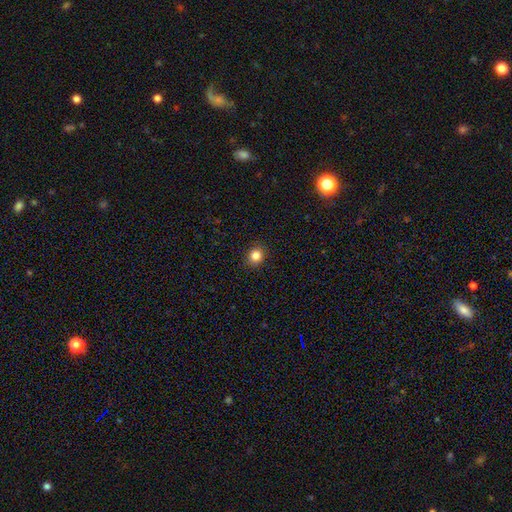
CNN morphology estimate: A smooth galaxy with no disk features (83%) that is round (82%).

Vote fractions:
- Smooth or featured? smooth: 83% / star or artifact: 12% / featured or disk: 5%
- How rounded? round: 82% / in between: 18% / cigar-shaped: 1%
- Merging? none: 91% / minor disturbance: 6% / major disturbance: 2% / merger: 1%